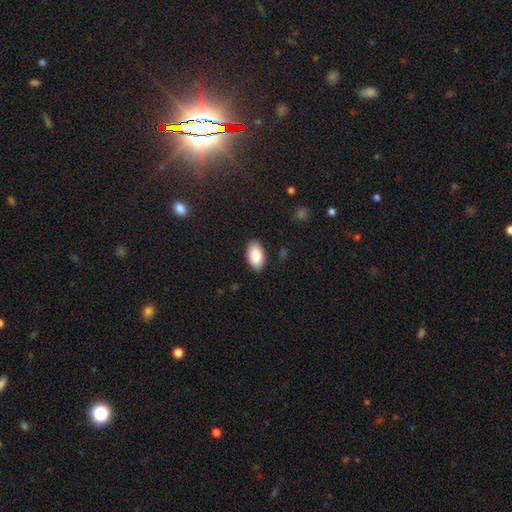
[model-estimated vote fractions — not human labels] Smooth or featured?
  - smooth: 86% *
  - featured or disk: 7%
  - star or artifact: 7%
How rounded?
  - in between: 95% *
  - round: 4%
  - cigar-shaped: 2%
Merging?
  - none: 86% *
  - minor disturbance: 10%
  - major disturbance: 2%
  - merger: 1%